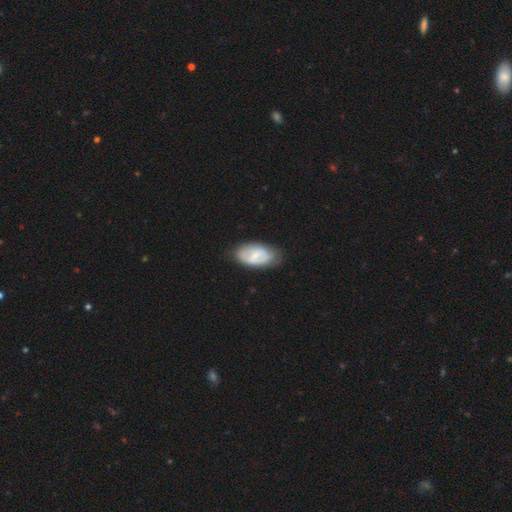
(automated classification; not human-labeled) The model was most divided on "smooth or featured": smooth: 48%, featured or disk: 47%, star or artifact: 6%. More confident: merging — none (73%).